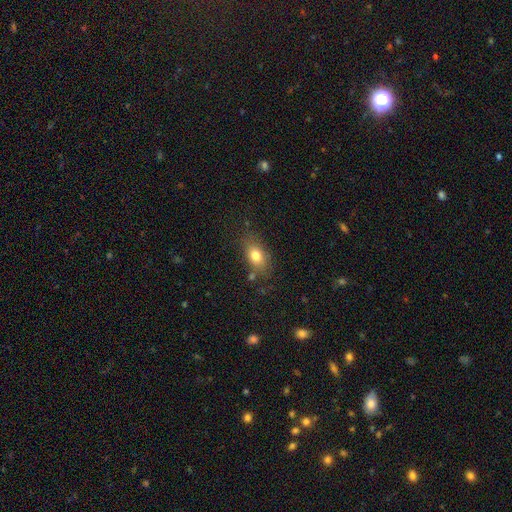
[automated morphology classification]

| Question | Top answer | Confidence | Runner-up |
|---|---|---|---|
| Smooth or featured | smooth | 78% | featured or disk (12%) |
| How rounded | in between | 80% | round (17%) |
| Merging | none | 74% | minor disturbance (17%) |